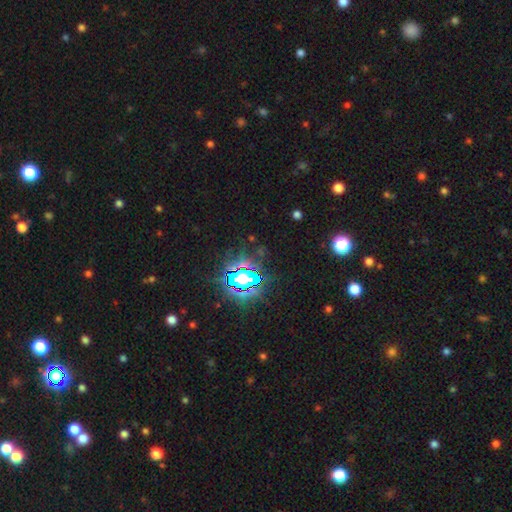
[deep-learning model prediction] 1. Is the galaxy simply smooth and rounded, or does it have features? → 81% star or artifact, 12% smooth, 7% featured or disk.